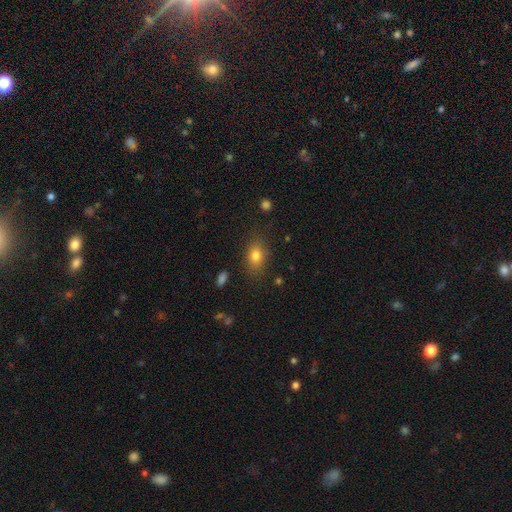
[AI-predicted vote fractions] This is likely a smooth galaxy (80%). How rounded: likely in between (78%). Merging: clearly none (82%).